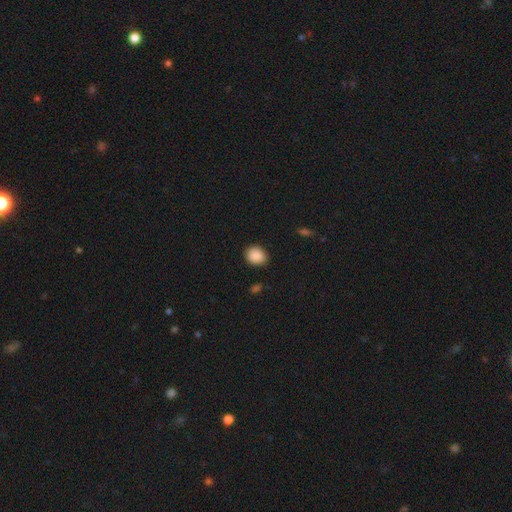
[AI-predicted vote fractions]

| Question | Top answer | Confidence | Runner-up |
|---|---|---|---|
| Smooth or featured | smooth | 89% | star or artifact (8%) |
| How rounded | round | 68% | in between (31%) |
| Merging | none | 86% | minor disturbance (10%) |